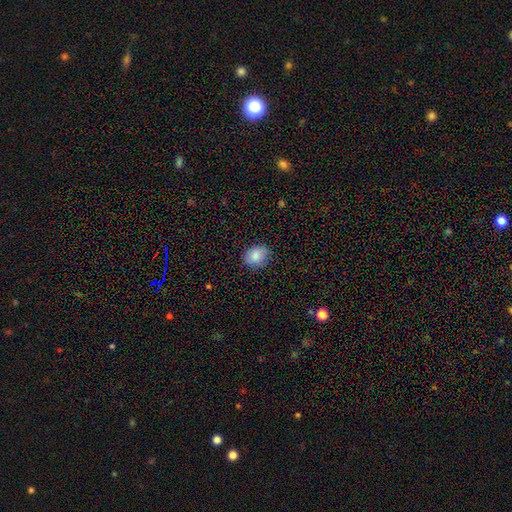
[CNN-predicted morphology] smooth 86%, star or artifact 8%, featured or disk 6%. Down the decision tree: how rounded — round (50%); merging — none (84%).